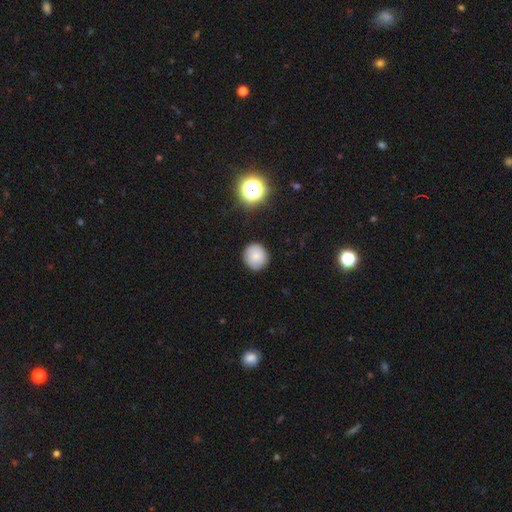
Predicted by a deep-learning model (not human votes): smooth 76%, featured or disk 13%, star or artifact 11%. Down the decision tree: how rounded — round (90%); merging — none (86%).